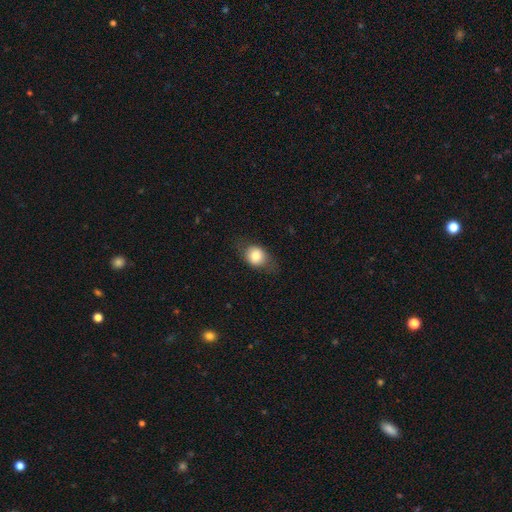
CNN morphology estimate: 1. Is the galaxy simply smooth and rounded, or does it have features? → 76% smooth, 16% featured or disk, 8% star or artifact.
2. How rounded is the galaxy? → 50% round, 49% in between, 2% cigar-shaped.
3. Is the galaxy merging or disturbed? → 71% none, 20% minor disturbance, 8% major disturbance, 1% merger.